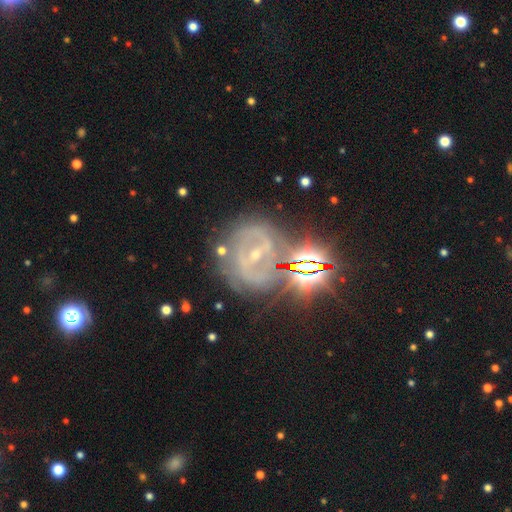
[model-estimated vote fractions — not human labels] The model was most divided on "bar": strong: 46%, weak: 37%, no: 17%. Remaining: edge-on disk — no (96%); spiral arms — yes (89%); bulge size — small (75%); smooth or featured — featured or disk (75%); merging — none (65%); spiral arm count — 2 (55%); spiral winding — tight (49%).